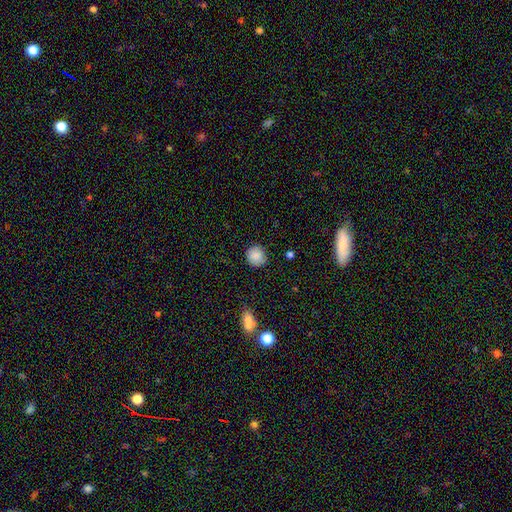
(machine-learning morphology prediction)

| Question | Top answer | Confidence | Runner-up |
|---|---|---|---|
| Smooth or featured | smooth | 87% | star or artifact (9%) |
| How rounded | round | 87% | in between (12%) |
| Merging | none | 85% | minor disturbance (11%) |